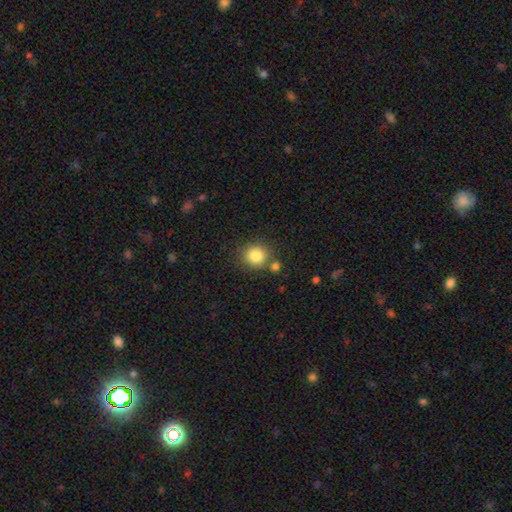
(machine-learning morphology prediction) Smooth or featured?
  - smooth: 83% *
  - star or artifact: 10%
  - featured or disk: 6%
How rounded?
  - round: 88% *
  - in between: 11%
  - cigar-shaped: 1%
Merging?
  - none: 76% *
  - merger: 11%
  - minor disturbance: 10%
  - major disturbance: 3%